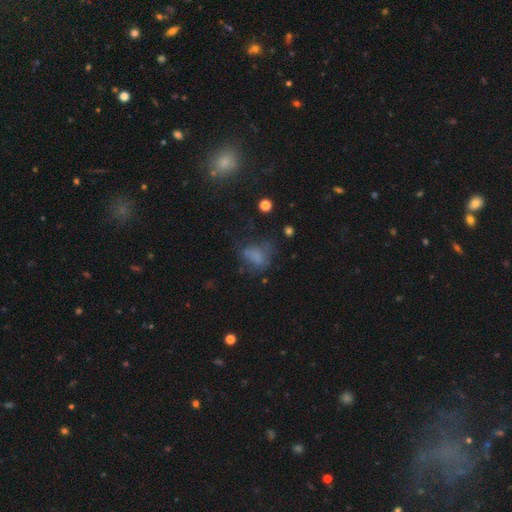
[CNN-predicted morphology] smooth_or_featured: smooth (p=0.63) [alt: featured or disk p=0.20]
how_rounded: in between (p=0.70) [alt: round p=0.27]
merging: none (p=0.39) [alt: major disturbance p=0.30]